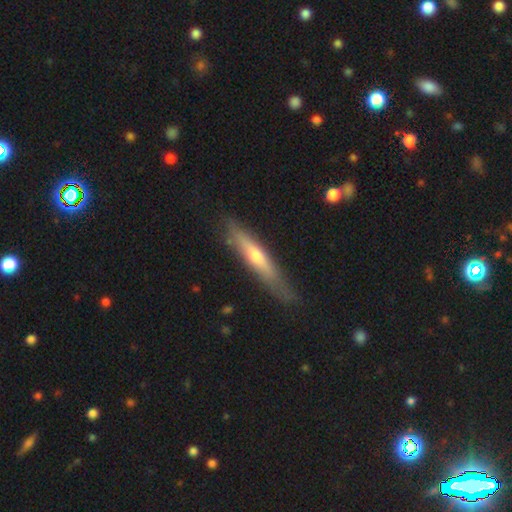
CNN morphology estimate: Smooth or featured? featured or disk (57%)
Edge-on disk? yes (88%)
Merging? none (78%)